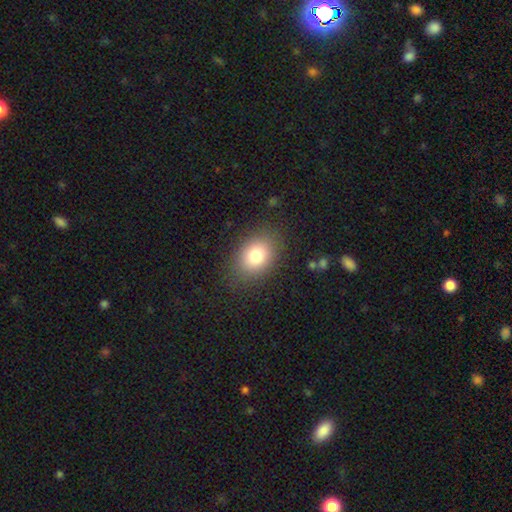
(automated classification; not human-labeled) Smooth or featured? smooth (80%)
How rounded? in between (66%)
Merging? none (84%)